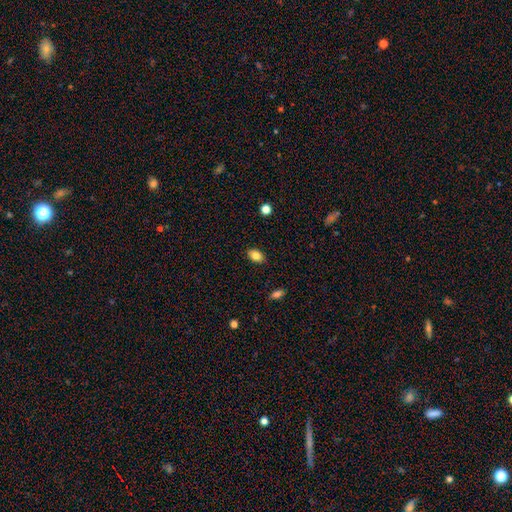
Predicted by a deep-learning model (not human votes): Smooth or featured? smooth (84%)
How rounded? in between (86%)
Merging? none (88%)